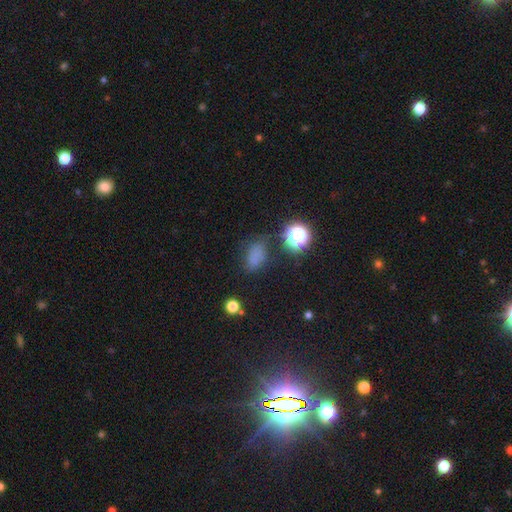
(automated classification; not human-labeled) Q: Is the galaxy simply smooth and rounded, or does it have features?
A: smooth — 71%.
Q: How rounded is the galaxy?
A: in between — 79%.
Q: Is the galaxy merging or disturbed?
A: none — 66%.